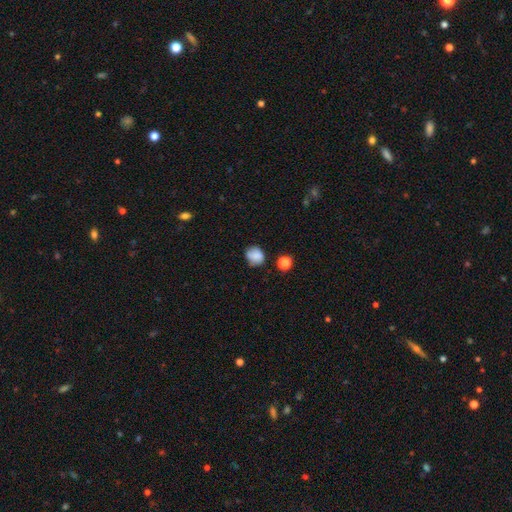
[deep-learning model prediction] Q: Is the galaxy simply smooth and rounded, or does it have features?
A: smooth — 79%.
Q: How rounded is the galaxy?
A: round — 67%.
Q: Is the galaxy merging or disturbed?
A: none — 64%.